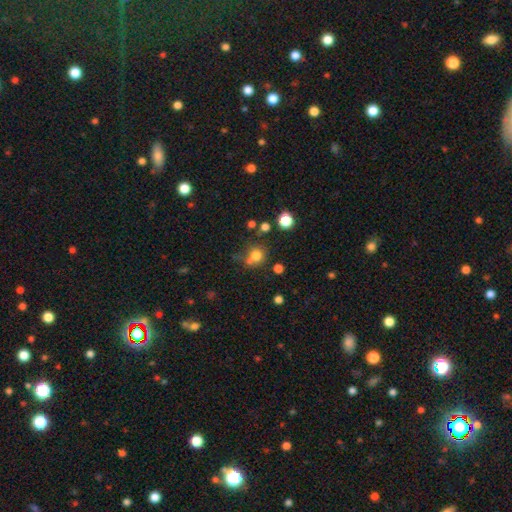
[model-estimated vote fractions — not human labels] This is likely a smooth galaxy (74%). How rounded: clearly round (84%). Merging: possibly none (55%).